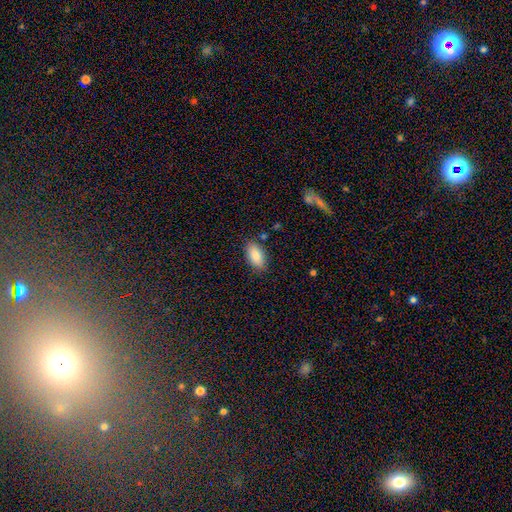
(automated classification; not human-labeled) smooth-or-featured: smooth: 87% | star or artifact: 7% | featured or disk: 6%
  how-rounded: in between: 92% | cigar-shaped: 5% | round: 3%
  merging: none: 84% | minor disturbance: 12% | major disturbance: 3% | merger: 2%